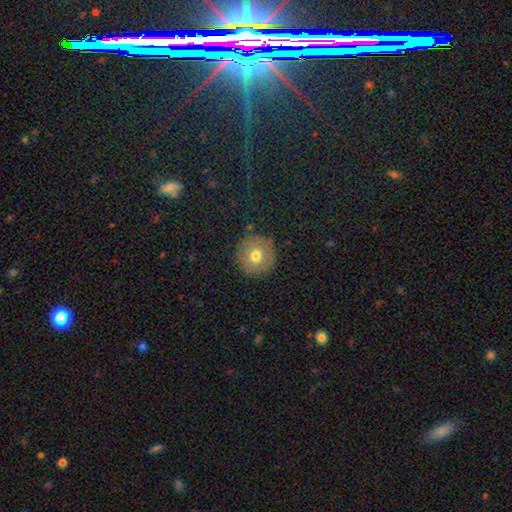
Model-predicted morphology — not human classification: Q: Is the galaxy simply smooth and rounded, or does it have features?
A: smooth — 70%.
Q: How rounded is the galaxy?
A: round — 95%.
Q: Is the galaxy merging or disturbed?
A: none — 88%.